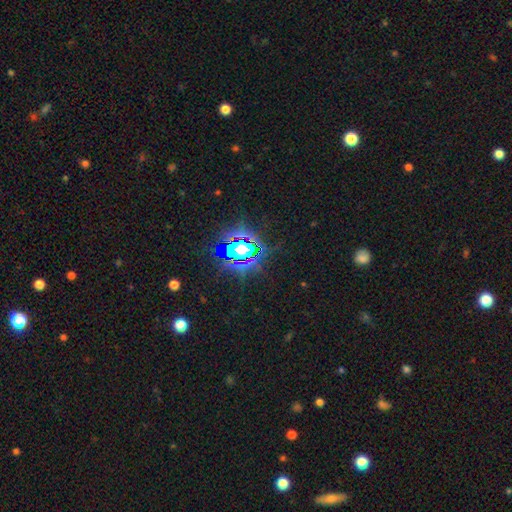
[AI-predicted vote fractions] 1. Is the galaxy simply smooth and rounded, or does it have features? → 84% star or artifact, 10% smooth, 7% featured or disk.